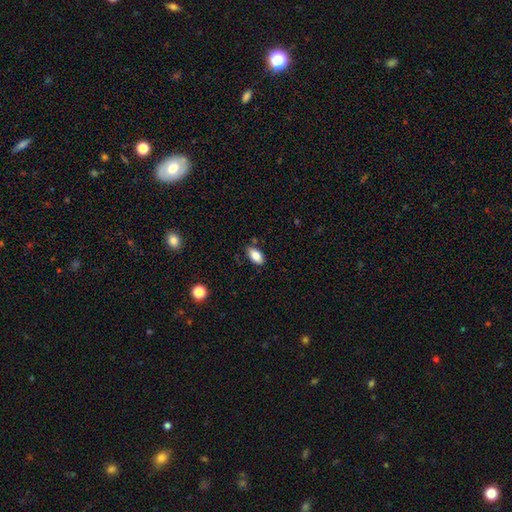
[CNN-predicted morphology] smooth_or_featured: smooth (p=0.83) [alt: featured or disk p=0.09]
how_rounded: in between (p=0.92) [alt: round p=0.04]
merging: none (p=0.82) [alt: minor disturbance p=0.13]